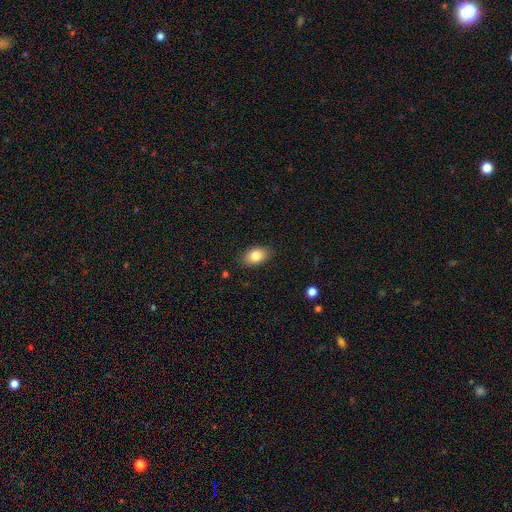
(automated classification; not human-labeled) Smooth or featured? smooth (83%)
How rounded? in between (89%)
Merging? none (86%)